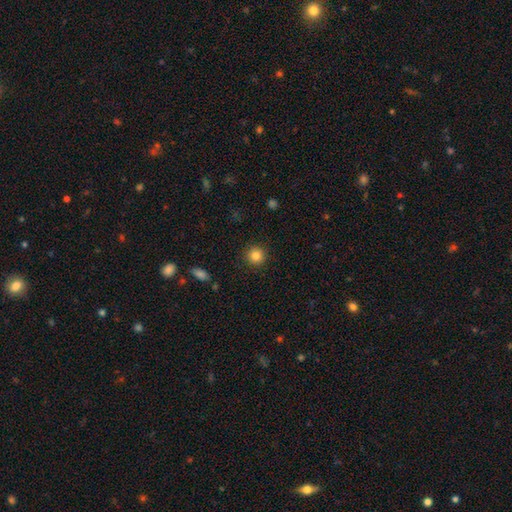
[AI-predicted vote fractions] This appears to be a smooth galaxy with no disk features (84%) that is round (94%). Merging: none (91%).